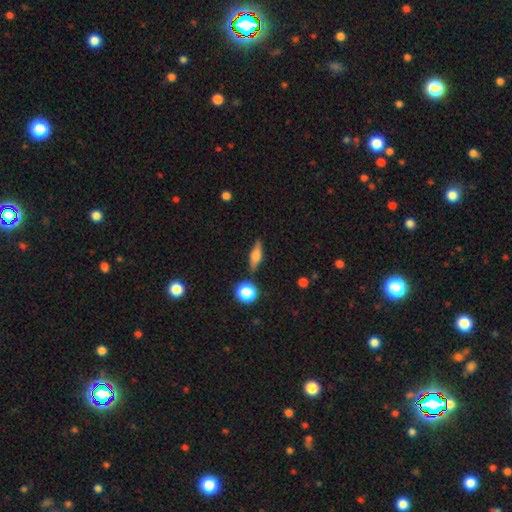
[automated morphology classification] Smooth or featured?
  - smooth: 52% *
  - featured or disk: 39%
  - star or artifact: 9%
How rounded?
  - in between: 50% *
  - cigar-shaped: 40%
  - round: 10%
Merging?
  - none: 82% *
  - minor disturbance: 11%
  - merger: 4%
  - major disturbance: 3%